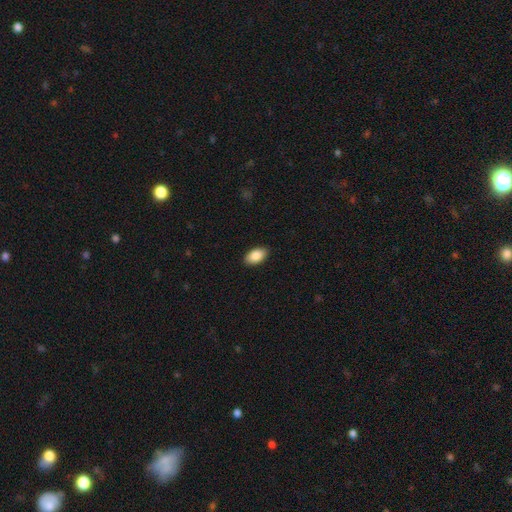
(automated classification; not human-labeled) smooth 88%, star or artifact 7%, featured or disk 5%. Down the decision tree: how rounded — in between (94%); merging — none (90%).